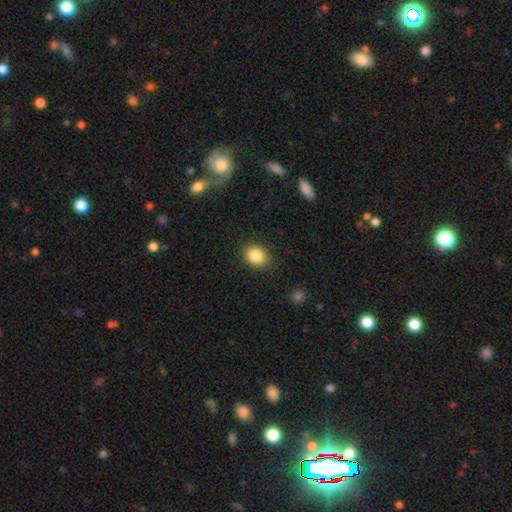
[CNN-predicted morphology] Overall: smooth (86%). How rounded: round (52%; in between 47%). Merging: none (87%).